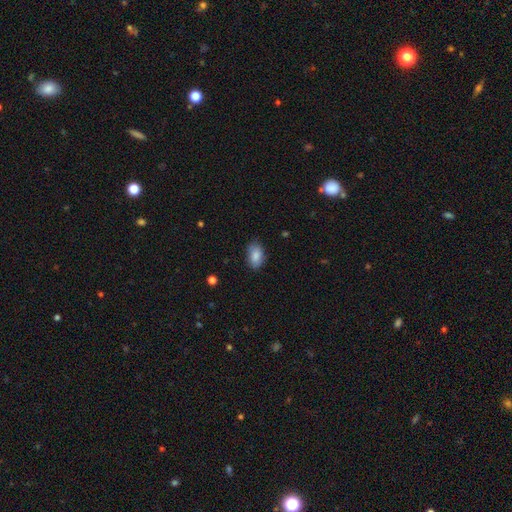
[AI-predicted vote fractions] This appears to be a smooth galaxy with no disk features (87%) that is in between round and cigar-shaped (91%). Merging: none (81%).